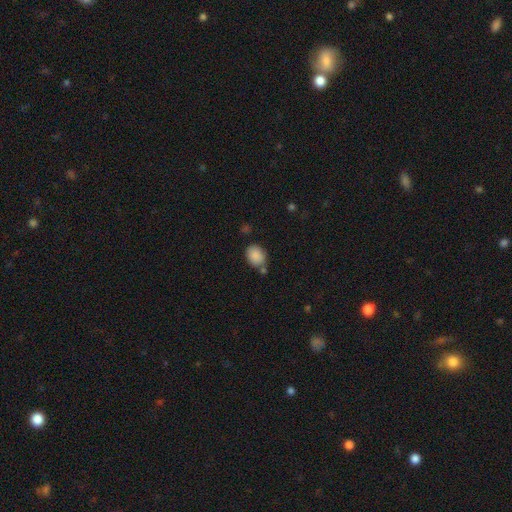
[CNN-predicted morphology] This is clearly a smooth galaxy (88%). How rounded: possibly in between (59%). Merging: likely none (66%).